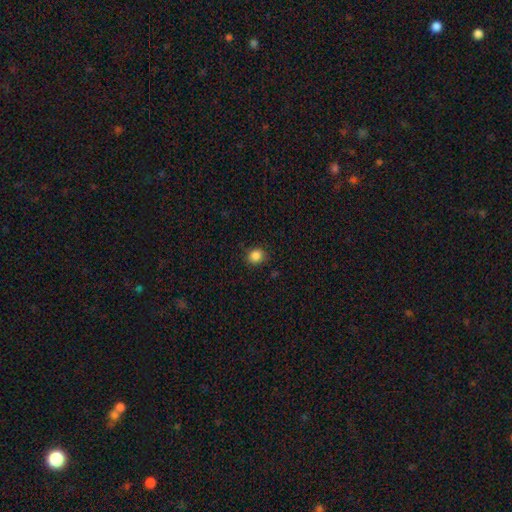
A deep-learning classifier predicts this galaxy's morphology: smooth-or-featured: smooth: 85% | star or artifact: 11% | featured or disk: 3%
  how-rounded: round: 80% | in between: 19% | cigar-shaped: 1%
  merging: none: 87% | minor disturbance: 9% | major disturbance: 3% | merger: 1%